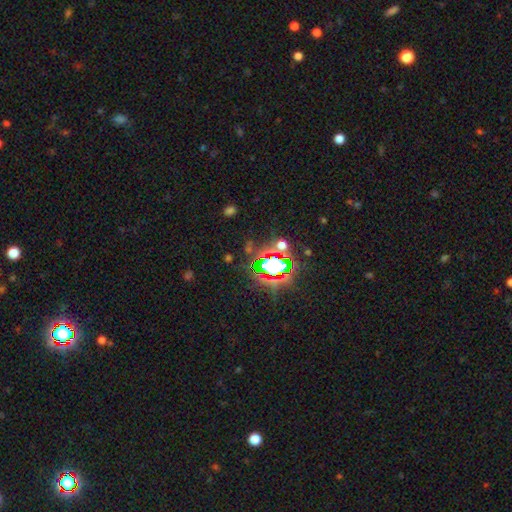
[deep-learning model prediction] This appears to be a star or artifact, not a galaxy (80%).